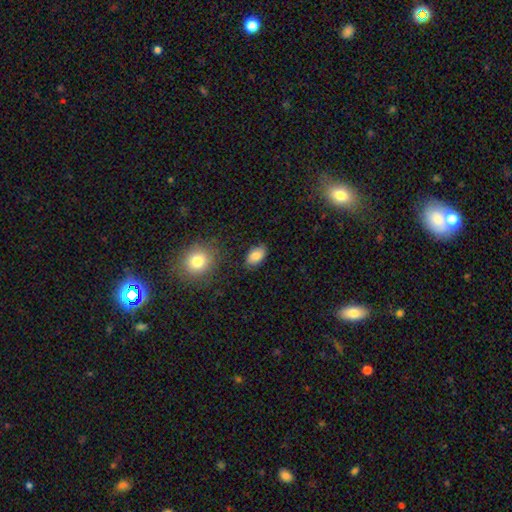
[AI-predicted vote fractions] Smooth or featured?
  - smooth: 83% *
  - featured or disk: 9%
  - star or artifact: 8%
How rounded?
  - in between: 91% *
  - round: 7%
  - cigar-shaped: 2%
Merging?
  - none: 83% *
  - minor disturbance: 12%
  - major disturbance: 3%
  - merger: 2%